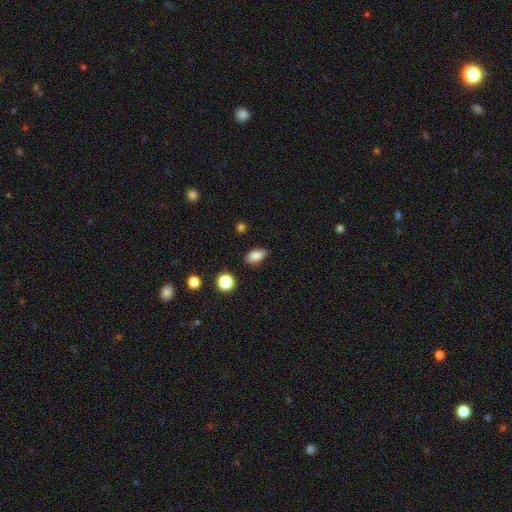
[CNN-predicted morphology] Smooth or featured: smooth — 83% (star or artifact — 9%)
How rounded: in between — 89% (round — 7%)
Merging: none — 83% (minor disturbance — 13%)